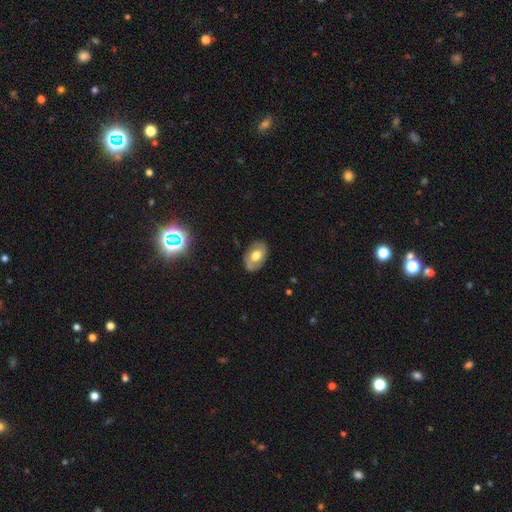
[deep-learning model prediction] Morphology: type=smooth (54%); roundness=in between (88%); merging=none (82%).